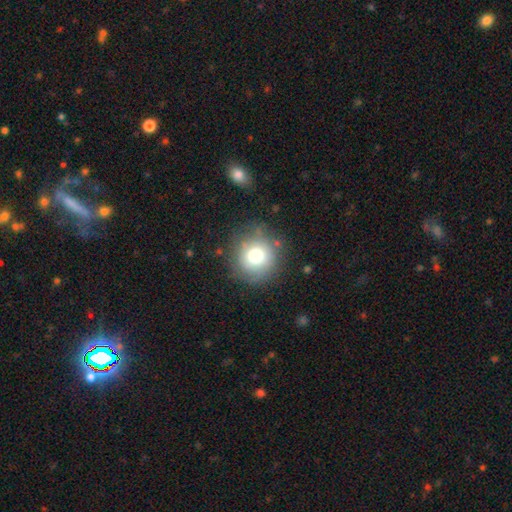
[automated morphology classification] Q: Smooth or featured?
A: smooth (72%); runner-up: featured or disk (16%)
Q: How rounded?
A: round (93%); runner-up: in between (6%)
Q: Merging?
A: none (79%); runner-up: minor disturbance (13%)